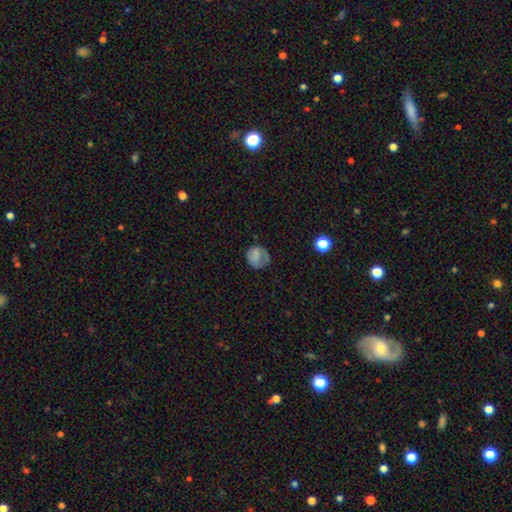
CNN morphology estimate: Smooth or featured?
  - smooth: 67% *
  - featured or disk: 23%
  - star or artifact: 10%
How rounded?
  - round: 78% *
  - in between: 21%
  - cigar-shaped: 1%
Merging?
  - none: 57% *
  - minor disturbance: 26%
  - major disturbance: 16%
  - merger: 2%